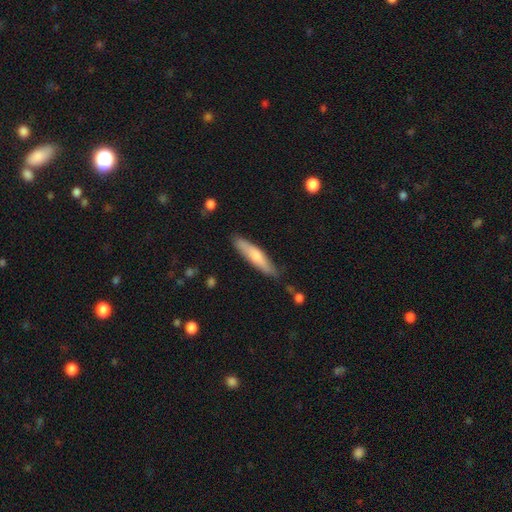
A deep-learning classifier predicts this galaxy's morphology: Smooth or featured?
  - smooth: 68% *
  - featured or disk: 27%
  - star or artifact: 5%
How rounded?
  - cigar-shaped: 82% *
  - in between: 17%
  - round: 1%
Merging?
  - none: 78% *
  - minor disturbance: 17%
  - major disturbance: 3%
  - merger: 2%